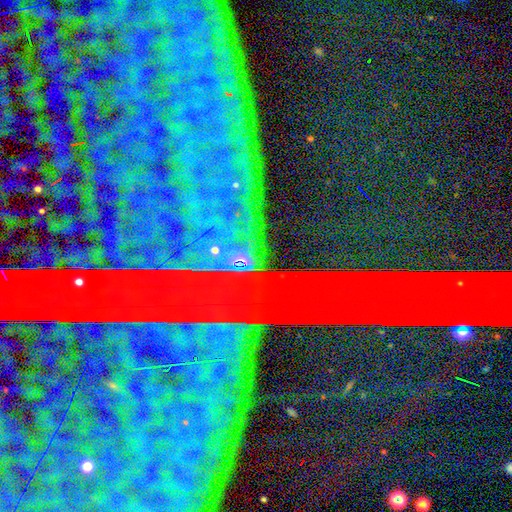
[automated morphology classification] This is clearly a star or artifact rather than a galaxy (87%).